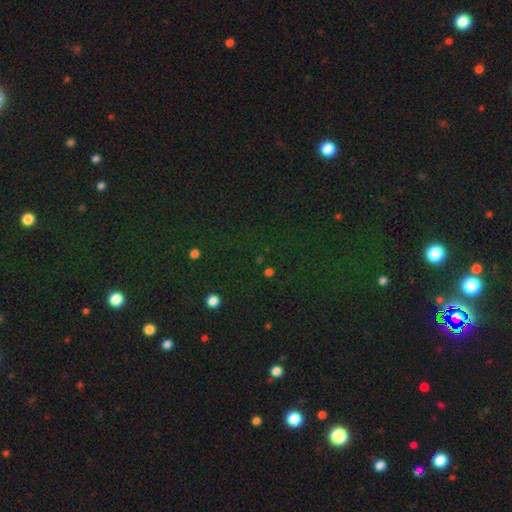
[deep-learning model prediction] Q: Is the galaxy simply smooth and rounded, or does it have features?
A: star or artifact — 73%.